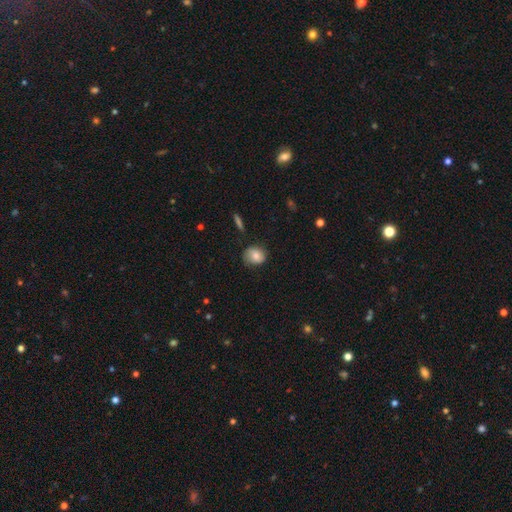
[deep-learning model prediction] A smooth galaxy with no disk features (78%) that is round (63%).

Vote fractions:
- Smooth or featured? smooth: 78% / featured or disk: 14% / star or artifact: 8%
- How rounded? round: 63% / in between: 35% / cigar-shaped: 1%
- Merging? none: 68% / minor disturbance: 24% / major disturbance: 6% / merger: 2%